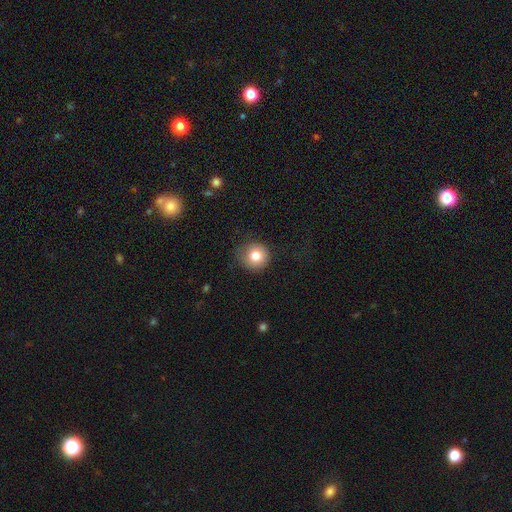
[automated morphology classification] Q: Smooth or featured?
A: smooth (81%); runner-up: star or artifact (10%)
Q: How rounded?
A: round (93%); runner-up: in between (6%)
Q: Merging?
A: none (79%); runner-up: minor disturbance (15%)